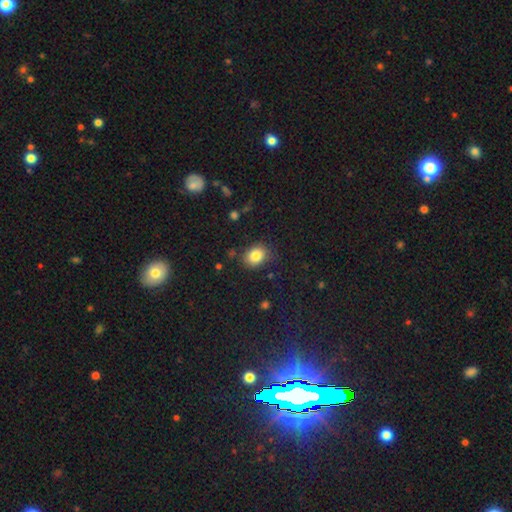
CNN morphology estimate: smooth 84%, star or artifact 10%, featured or disk 6%. Down the decision tree: how rounded — in between (52%); merging — none (80%).